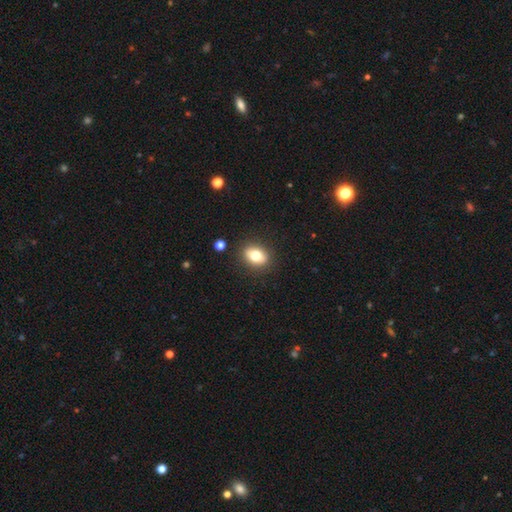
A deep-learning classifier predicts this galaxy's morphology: smooth-or-featured: smooth: 76% | featured or disk: 15% | star or artifact: 9%
  how-rounded: in between: 67% | round: 32% | cigar-shaped: 2%
  merging: none: 87% | minor disturbance: 9% | major disturbance: 3% | merger: 2%